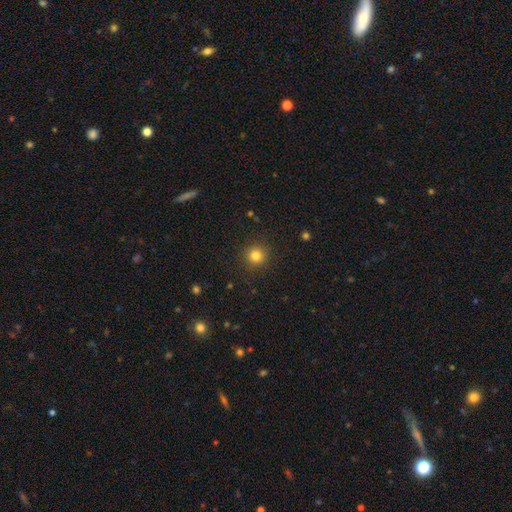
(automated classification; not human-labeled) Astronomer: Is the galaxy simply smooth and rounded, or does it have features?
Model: smooth — 82%.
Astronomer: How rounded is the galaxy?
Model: round — 94%.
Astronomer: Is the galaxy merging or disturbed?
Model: none — 91%.